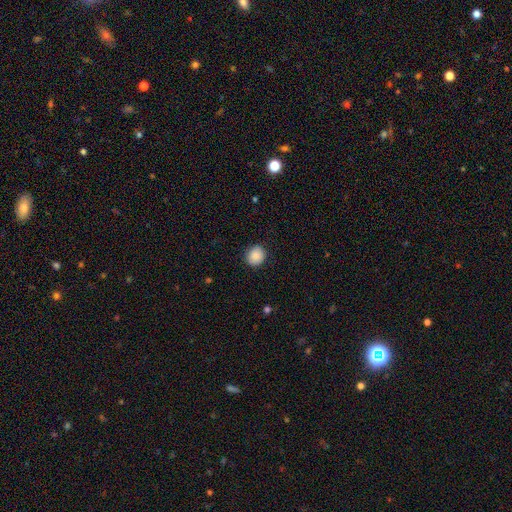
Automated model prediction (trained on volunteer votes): smooth_or_featured: smooth (p=0.88) [alt: star or artifact p=0.08]
how_rounded: round (p=0.82) [alt: in between p=0.17]
merging: none (p=0.89) [alt: minor disturbance p=0.08]